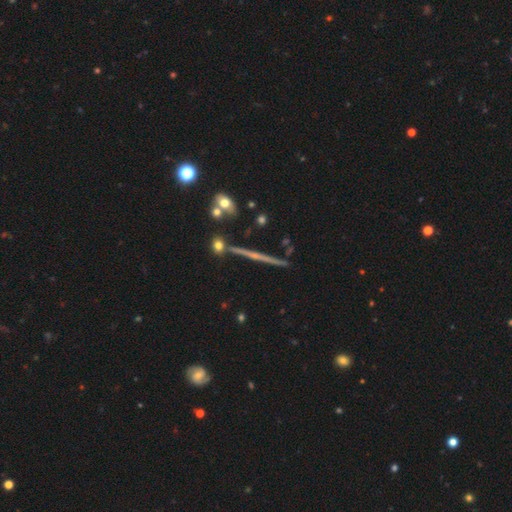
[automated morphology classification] This appears to be a featured or disk galaxy (74%) viewed edge-on (97%) with a rounded central bulge (46%). Merging: none (84%).